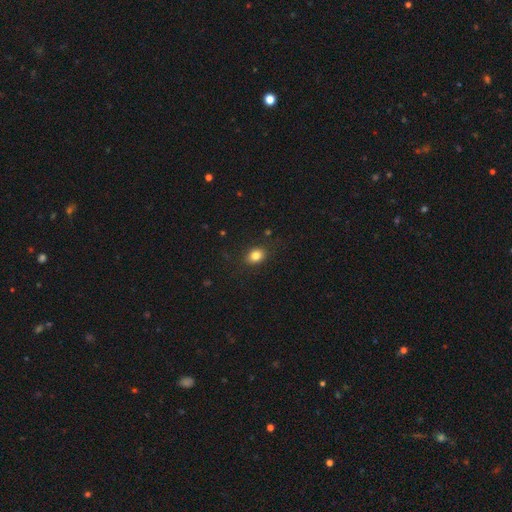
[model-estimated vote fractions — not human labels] This is clearly a smooth galaxy (83%). How rounded: likely in between (61%). Merging: clearly none (86%).